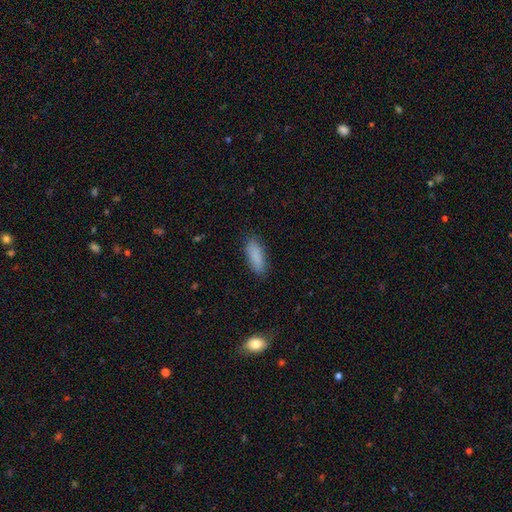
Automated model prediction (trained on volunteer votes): Morphology: type=smooth (87%); roundness=in between (61%); merging=none (85%).